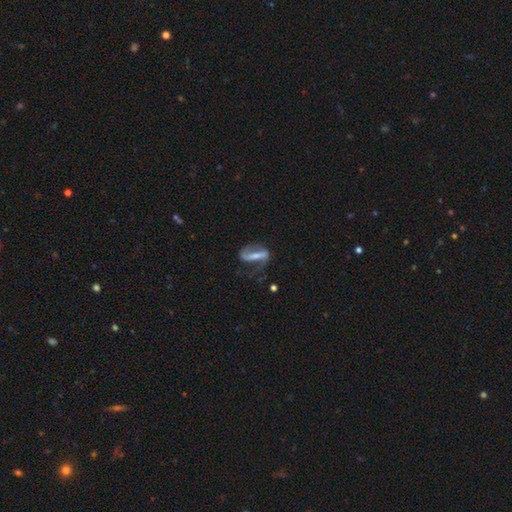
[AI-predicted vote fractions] This is likely a featured or disk galaxy (76%). It is clearly not viewed edge-on (90%). Bar: likely strong (65%). Spiral arm pattern: clearly yes (84%). Spiral arm count: clearly 2 (82%). Spiral winding: possibly loose (48%). Central bulge: possibly small (45%). Merging: possibly none (57%).